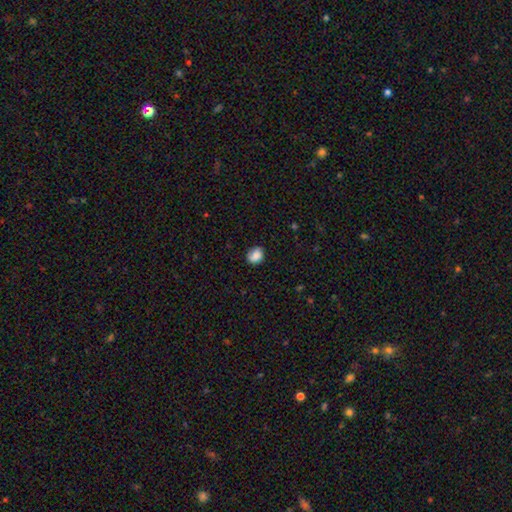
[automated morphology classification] Overall: smooth (82%). How rounded: round (53%; in between 46%). Merging: none (80%).